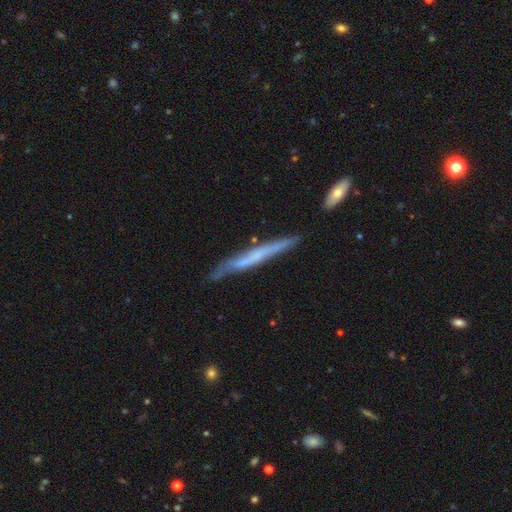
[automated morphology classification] featured or disk 57%, smooth 37%, star or artifact 6%. Down the decision tree: edge-on disk — yes (90%); edge-on bulge — none (78%); merging — none (77%).